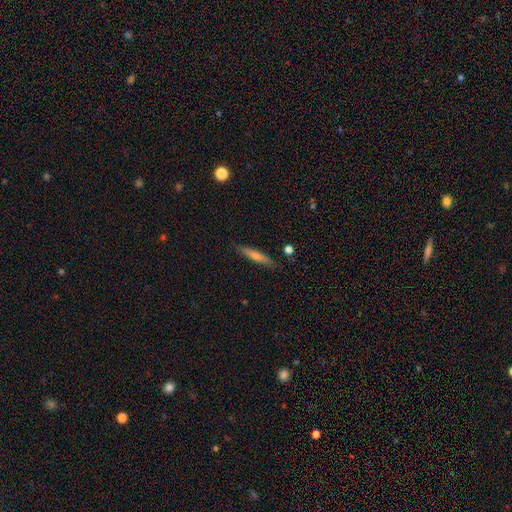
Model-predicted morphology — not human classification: smooth-or-featured: smooth: 55% | featured or disk: 38% | star or artifact: 7%
  how-rounded: cigar-shaped: 92% | in between: 6% | round: 2%
  merging: none: 88% | minor disturbance: 9% | major disturbance: 2% | merger: 2%